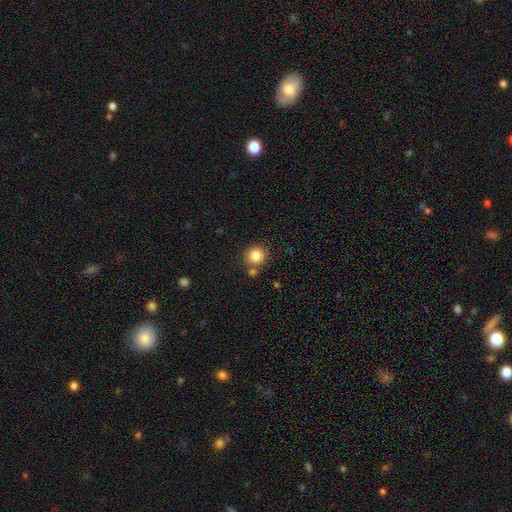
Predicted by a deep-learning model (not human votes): This appears to be a smooth galaxy with no disk features (85%) that is round (87%). Merging: none (73%).